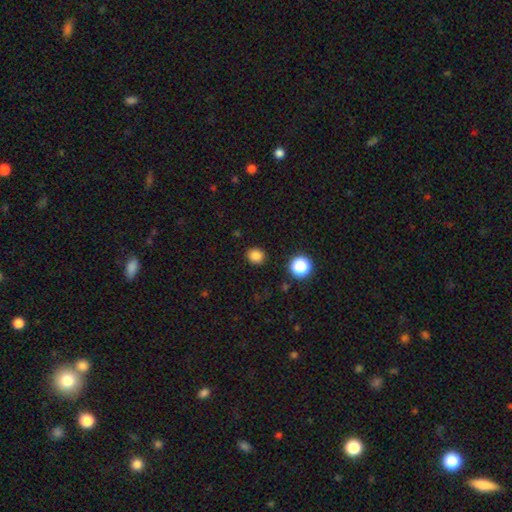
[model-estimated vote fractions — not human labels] Overall: smooth (83%). How rounded: round (85%). Merging: none (90%).